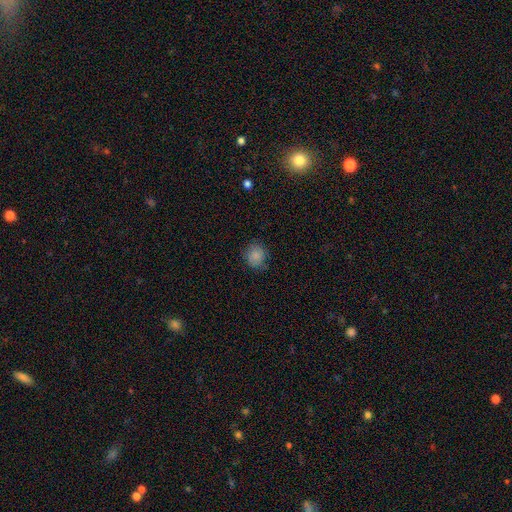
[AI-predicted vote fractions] This is clearly a smooth galaxy (85%). How rounded: clearly round (81%). Merging: likely none (80%).